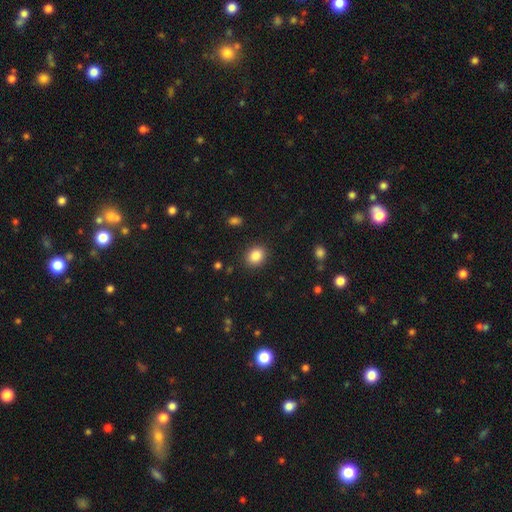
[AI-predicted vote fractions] Smooth or featured?
  - smooth: 86% *
  - star or artifact: 10%
  - featured or disk: 5%
How rounded?
  - round: 61% *
  - in between: 38%
  - cigar-shaped: 1%
Merging?
  - none: 88% *
  - minor disturbance: 8%
  - major disturbance: 3%
  - merger: 1%